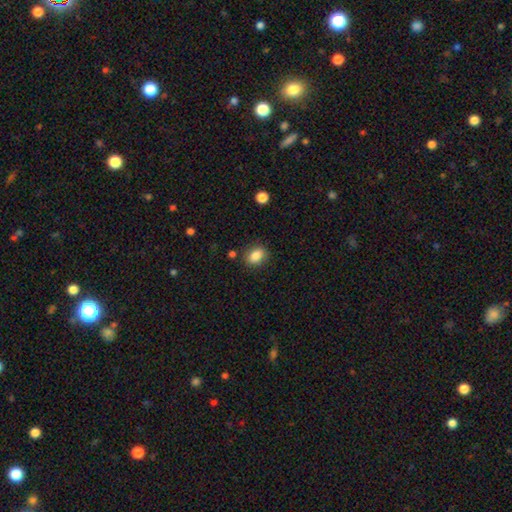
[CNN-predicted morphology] smooth_or_featured: smooth (p=0.86) [alt: star or artifact p=0.09]
how_rounded: in between (p=0.70) [alt: round p=0.29]
merging: none (p=0.83) [alt: minor disturbance p=0.11]